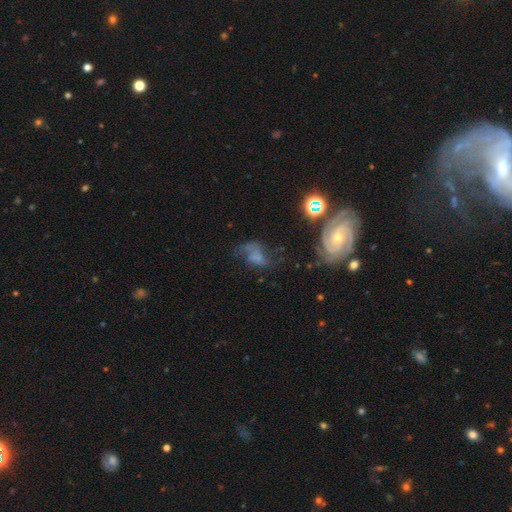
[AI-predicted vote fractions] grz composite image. It shows a featured or disk galaxy (47%). Merging: major disturbance (38%).